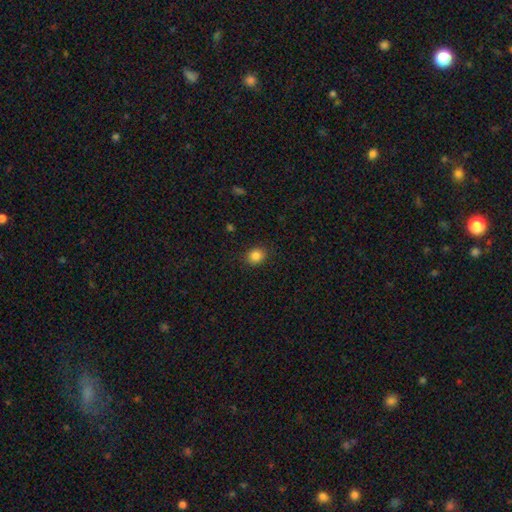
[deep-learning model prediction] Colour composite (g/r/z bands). It shows a smooth galaxy with no disk features (85%) that is round (68%). Merging: none (88%).